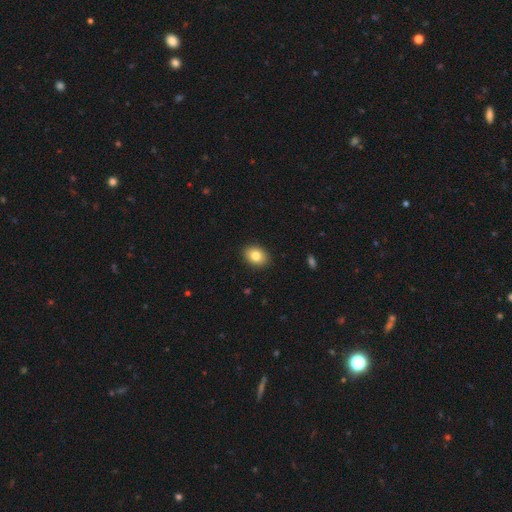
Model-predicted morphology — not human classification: Smooth or featured?
  - smooth: 83% *
  - featured or disk: 9%
  - star or artifact: 8%
How rounded?
  - in between: 71% *
  - round: 28%
  - cigar-shaped: 1%
Merging?
  - none: 90% *
  - minor disturbance: 7%
  - major disturbance: 2%
  - merger: 1%